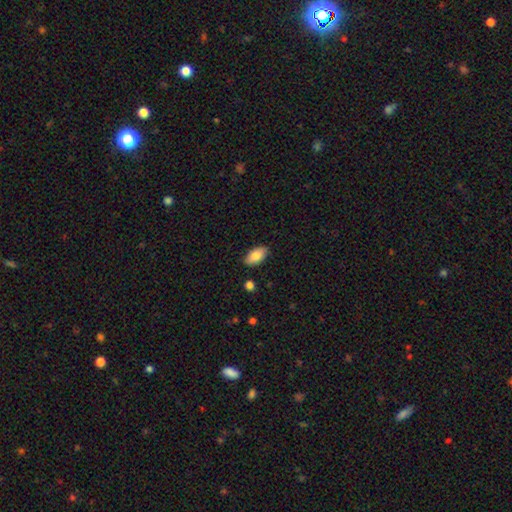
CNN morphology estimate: smooth-or-featured: smooth: 85% | featured or disk: 9% | star or artifact: 7%
  how-rounded: in between: 94% | cigar-shaped: 3% | round: 3%
  merging: none: 87% | minor disturbance: 10% | major disturbance: 2% | merger: 2%